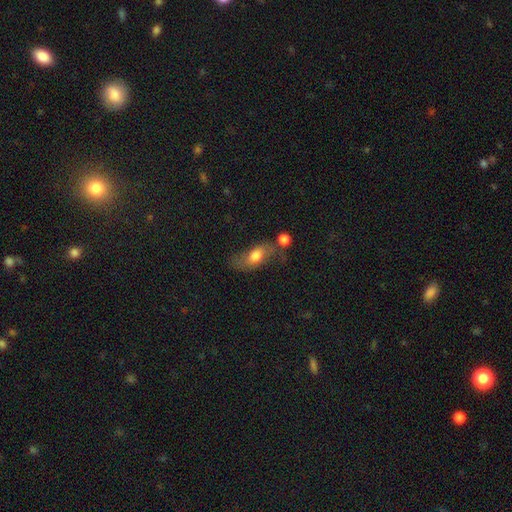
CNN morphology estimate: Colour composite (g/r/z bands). It shows a smooth galaxy with no disk features (66%) that is in between round and cigar-shaped (80%). Merging: none (48%).